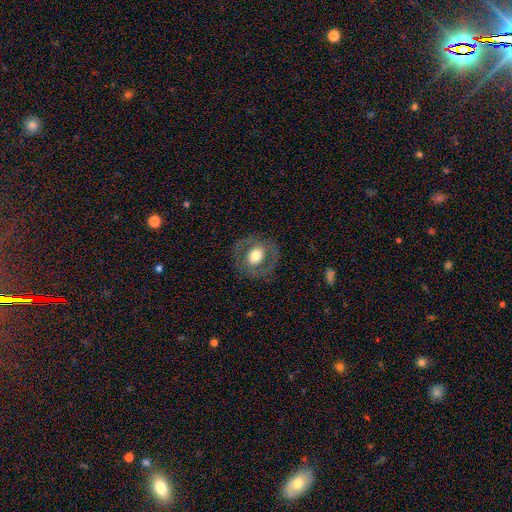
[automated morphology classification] The model was most divided on "smooth or featured": smooth: 48%, featured or disk: 44%, star or artifact: 8%. More confident: merging — none (79%).